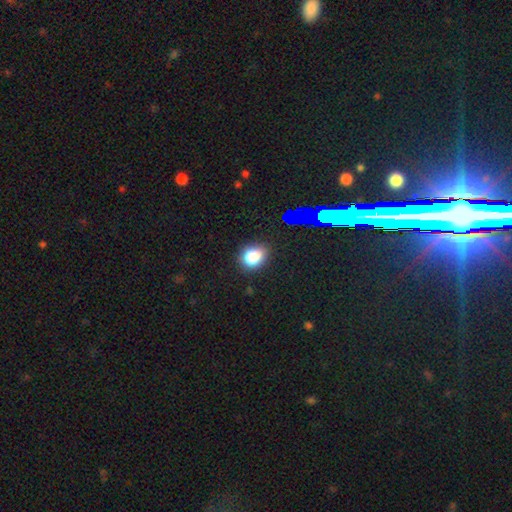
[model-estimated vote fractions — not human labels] The model was most divided on "how rounded": round: 52%, in between: 47%, cigar-shaped: 1%. More confident: merging — none (81%); smooth or featured — smooth (79%).